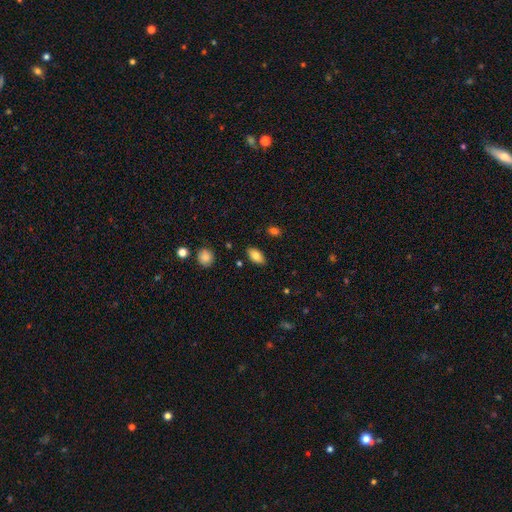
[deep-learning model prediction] A smooth galaxy with no disk features (82%) that is in between round and cigar-shaped (93%).

Vote fractions:
- Smooth or featured? smooth: 82% / featured or disk: 10% / star or artifact: 8%
- How rounded? in between: 93% / round: 4% / cigar-shaped: 3%
- Merging? none: 86% / minor disturbance: 10% / major disturbance: 2% / merger: 2%